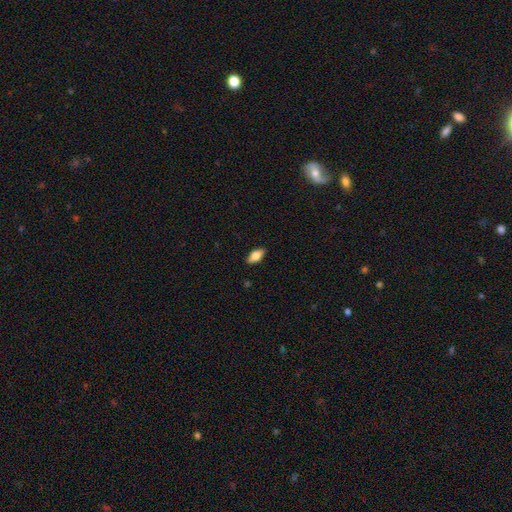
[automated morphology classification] Smooth or featured: smooth — 75% (featured or disk — 18%)
How rounded: in between — 88% (cigar-shaped — 8%)
Merging: none — 88% (minor disturbance — 9%)